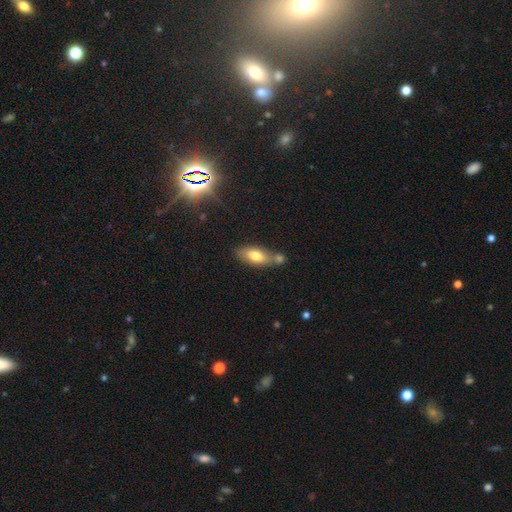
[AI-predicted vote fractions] smooth 75%, featured or disk 17%, star or artifact 7%. Down the decision tree: how rounded — in between (81%); merging — none (49%).